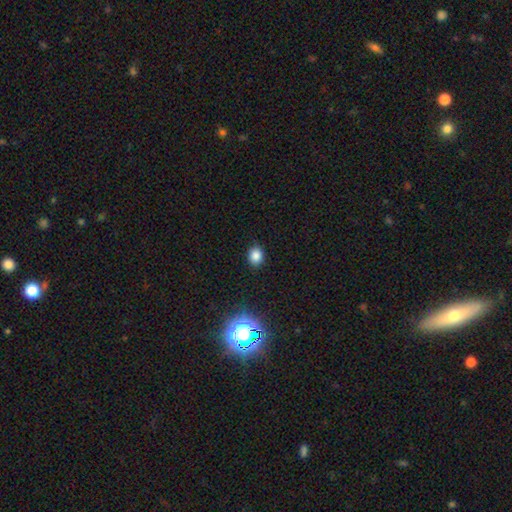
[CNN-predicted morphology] This appears to be a smooth galaxy with no disk features (81%) that is round (51%). Merging: none (88%).